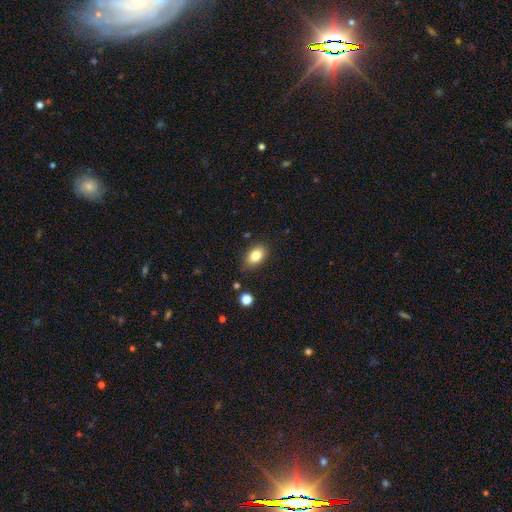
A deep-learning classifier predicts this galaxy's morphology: Smooth or featured: smooth — 82% (featured or disk — 9%)
How rounded: in between — 85% (round — 14%)
Merging: none — 80% (minor disturbance — 14%)